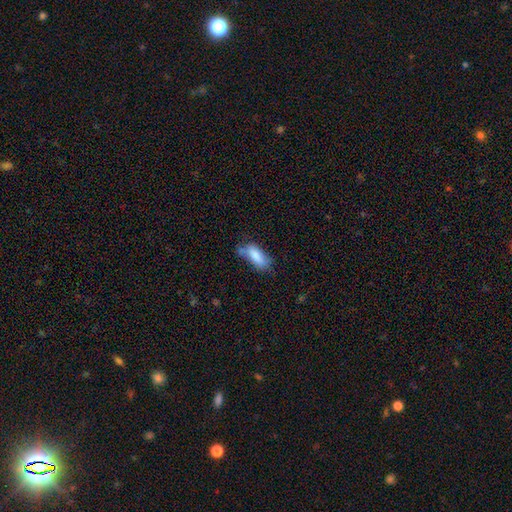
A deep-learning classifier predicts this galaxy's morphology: A smooth galaxy with no disk features (81%) that is in between round and cigar-shaped (77%). Merging: none (52%).